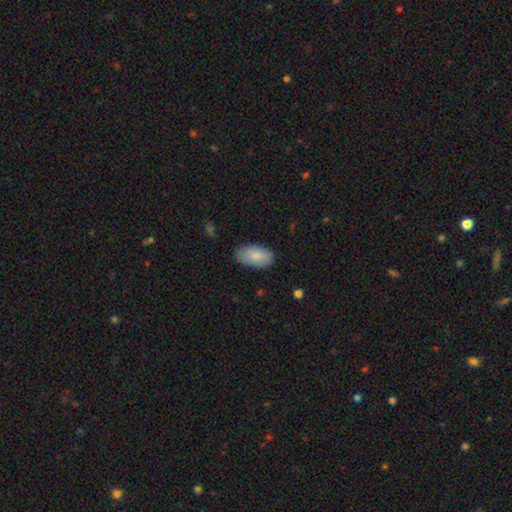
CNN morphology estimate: Smooth or featured?
  - smooth: 85% *
  - featured or disk: 9%
  - star or artifact: 6%
How rounded?
  - in between: 95% *
  - round: 3%
  - cigar-shaped: 2%
Merging?
  - none: 84% *
  - minor disturbance: 13%
  - major disturbance: 3%
  - merger: 1%